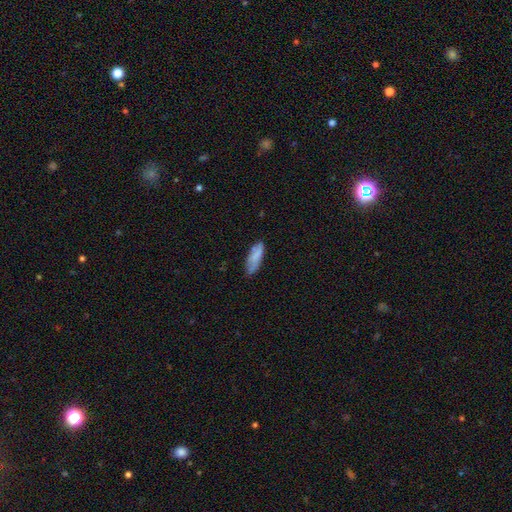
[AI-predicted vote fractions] Smooth or featured? Predicted: smooth (p=0.77). How rounded? Predicted: in between (p=0.59). Merging? Predicted: none (p=0.64).